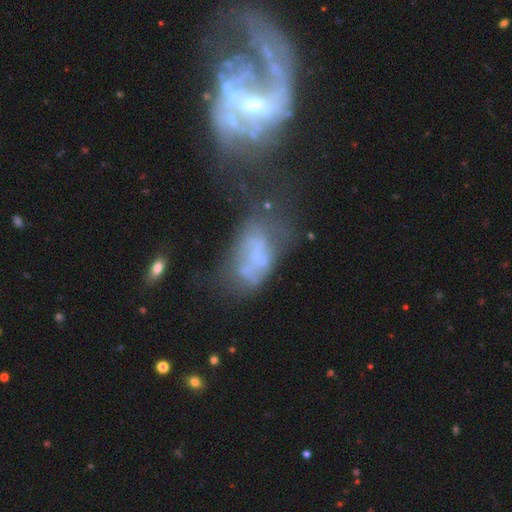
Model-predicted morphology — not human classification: smooth_or_featured: featured or disk (p=0.47) [alt: smooth p=0.36]
merging: merger (p=0.30) [alt: major disturbance p=0.29]